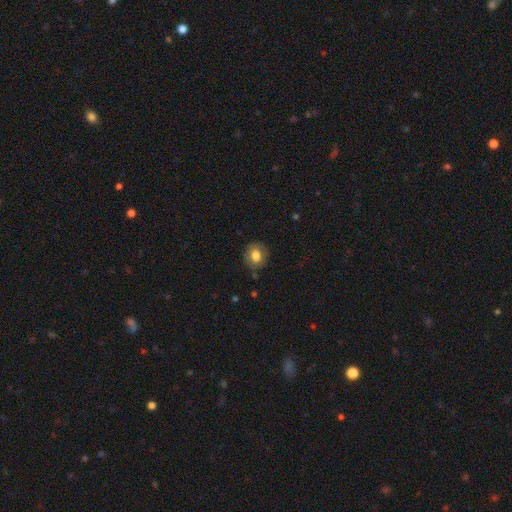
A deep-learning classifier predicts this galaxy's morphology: This is likely a smooth galaxy (72%). How rounded: likely round (75%). Merging: clearly none (82%).